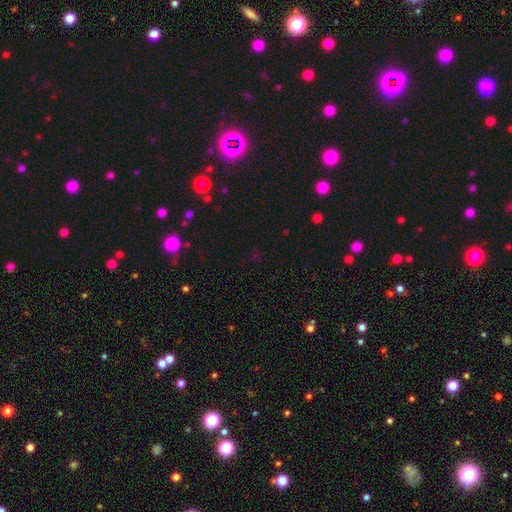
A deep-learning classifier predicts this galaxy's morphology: This is likely a star or artifact rather than a galaxy (64%).